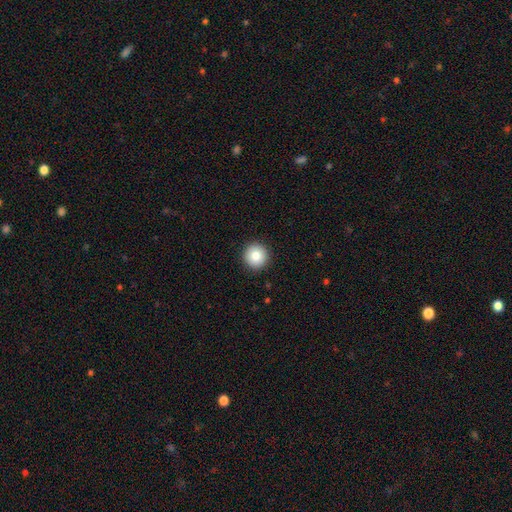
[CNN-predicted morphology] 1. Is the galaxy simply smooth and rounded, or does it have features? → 83% smooth, 9% star or artifact, 8% featured or disk.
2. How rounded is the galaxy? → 96% round, 3% in between, 1% cigar-shaped.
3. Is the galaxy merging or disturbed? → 93% none, 4% minor disturbance, 1% major disturbance, 1% merger.